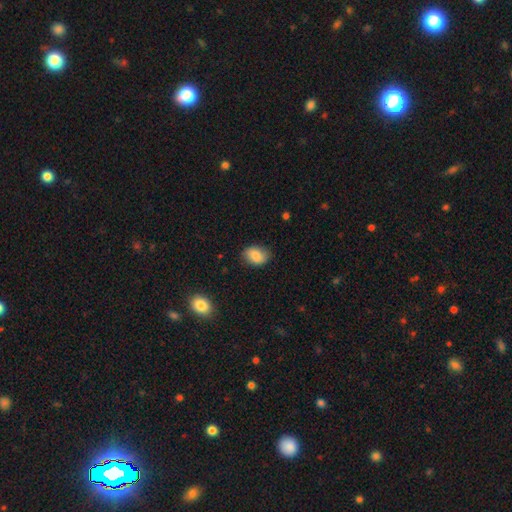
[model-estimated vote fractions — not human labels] smooth 83%, featured or disk 9%, star or artifact 8%. Down the decision tree: how rounded — in between (73%); merging — none (80%).